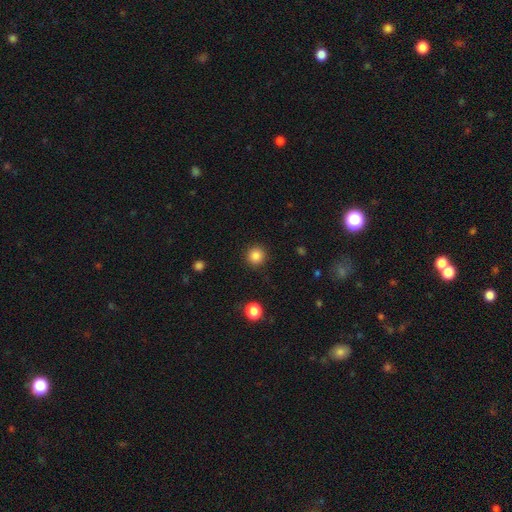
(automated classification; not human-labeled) Q: Smooth or featured?
A: smooth (85%); runner-up: star or artifact (11%)
Q: How rounded?
A: round (94%); runner-up: in between (5%)
Q: Merging?
A: none (91%); runner-up: minor disturbance (6%)